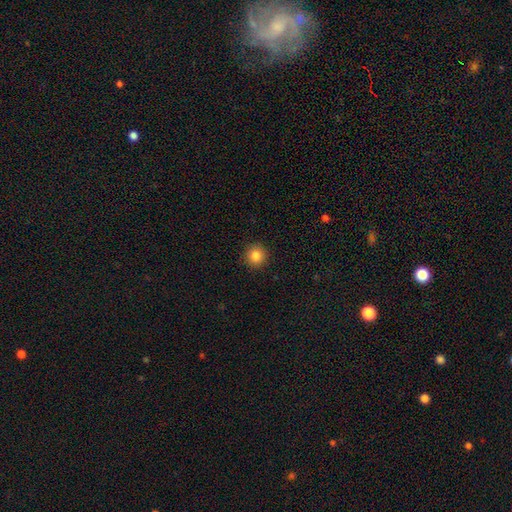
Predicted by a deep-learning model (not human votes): Smooth or featured? smooth (84%)
How rounded? round (94%)
Merging? none (92%)